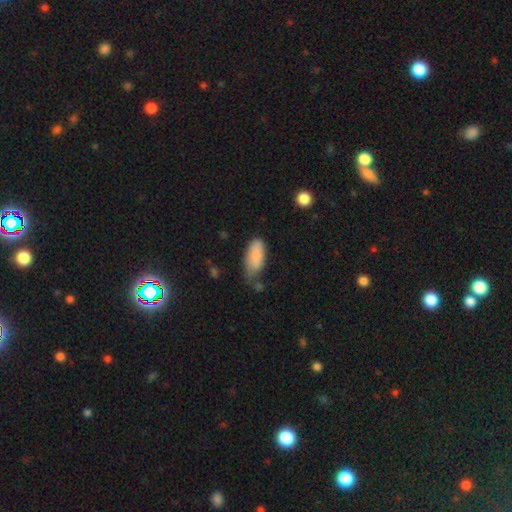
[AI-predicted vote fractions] Q: Smooth or featured?
A: smooth (83%); runner-up: featured or disk (10%)
Q: How rounded?
A: in between (88%); runner-up: cigar-shaped (10%)
Q: Merging?
A: minor disturbance (39%); tied with: none (39%)